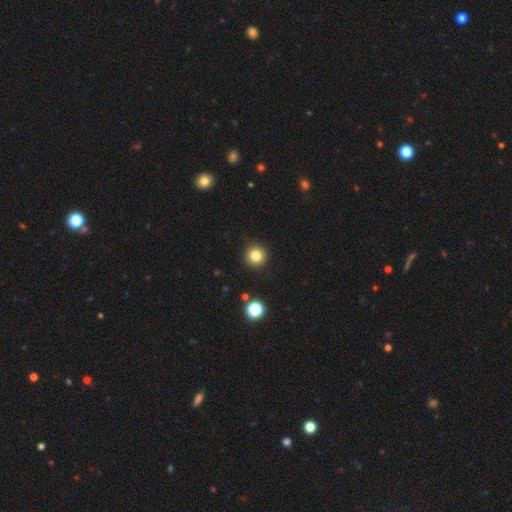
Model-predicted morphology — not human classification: Smooth or featured? Predicted: smooth (p=0.82). How rounded? Predicted: round (p=0.95). Merging? Predicted: none (p=0.92).